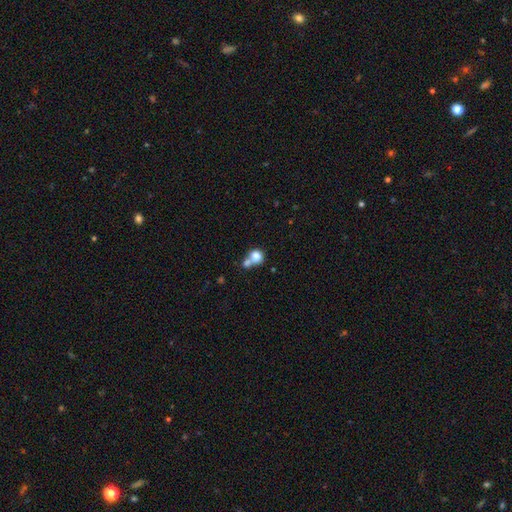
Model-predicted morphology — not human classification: Smooth or featured? smooth (78%)
How rounded? round (77%)
Merging? merger (58%)